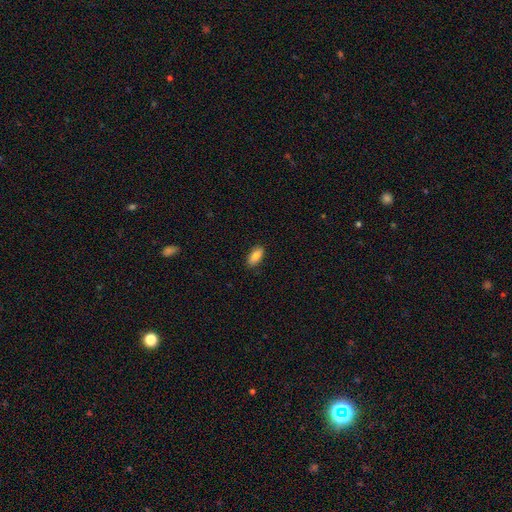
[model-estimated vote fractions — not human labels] Smooth or featured?
  - smooth: 83% *
  - featured or disk: 10%
  - star or artifact: 7%
How rounded?
  - in between: 91% *
  - cigar-shaped: 6%
  - round: 3%
Merging?
  - none: 88% *
  - minor disturbance: 9%
  - major disturbance: 2%
  - merger: 1%